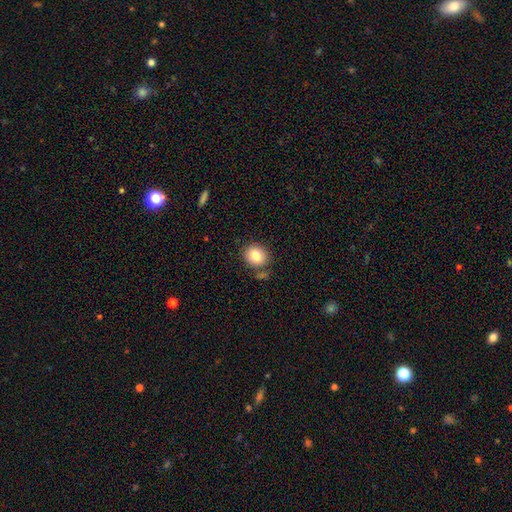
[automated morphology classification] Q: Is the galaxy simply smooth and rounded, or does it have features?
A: smooth — 83%.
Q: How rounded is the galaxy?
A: round — 72%.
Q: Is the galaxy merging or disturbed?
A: none — 78%.